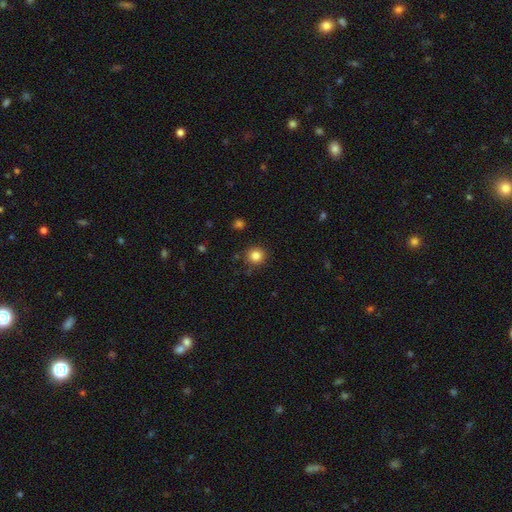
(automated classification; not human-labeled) A smooth galaxy with no disk features (83%) that is round (93%). Merging: none (87%).